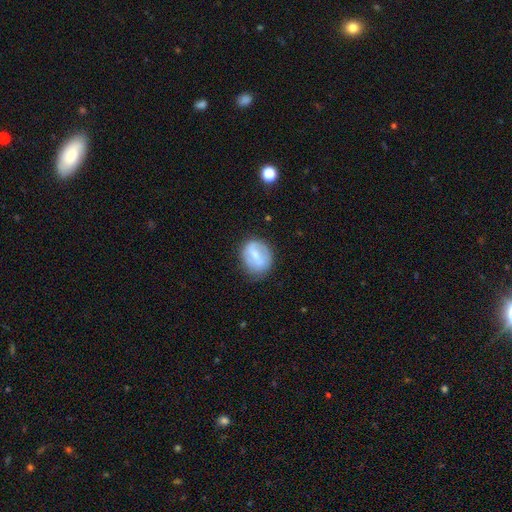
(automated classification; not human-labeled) Overall: smooth (48%; featured or disk 45%). Merging: none (71%).